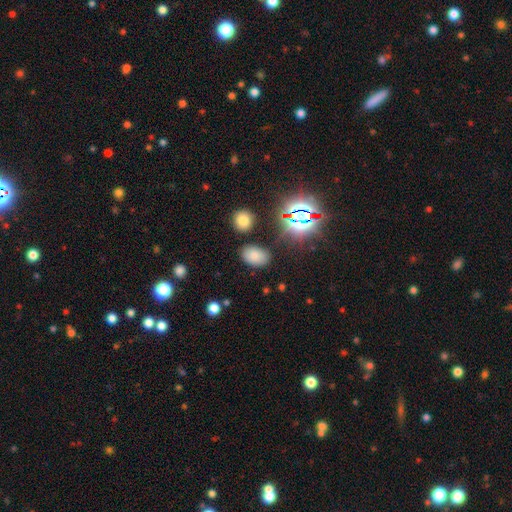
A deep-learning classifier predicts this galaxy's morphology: This appears to be a smooth galaxy with no disk features (75%) that is in between round and cigar-shaped (87%). Merging: none (81%).